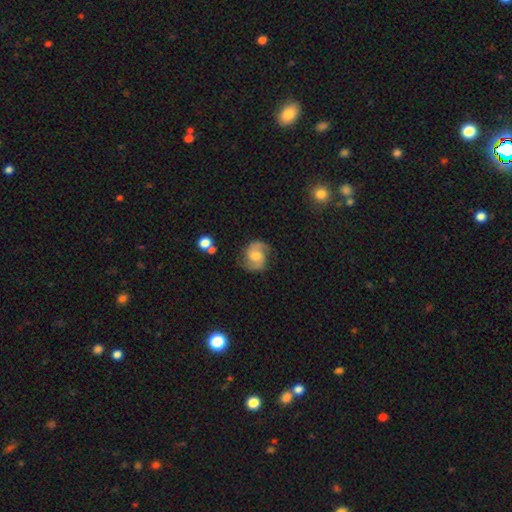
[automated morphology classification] A featured or disk galaxy (81%) with no bar (49%), 2 (92%) medium (53%) spiral arms (96%) and a moderate central bulge (59%).

Vote fractions:
- Smooth or featured? featured or disk: 81% / smooth: 13% / star or artifact: 6%
- Edge-on disk? no: 98% / yes: 2%
- Bar? no: 49% / weak: 43% / strong: 9%
- Spiral arms? yes: 96% / no: 4%
- Spiral winding? medium: 53% / loose: 27% / tight: 20%
- Spiral arm count? 2: 92% / can't tell: 3% / 1: 2% / 3: 1% / 4: 1% / more than 4: 1%
- Bulge size? moderate: 59% / small: 27% / large: 7% / none: 5% / dominant: 1%
- Merging? none: 77% / minor disturbance: 16% / major disturbance: 5% / merger: 2%